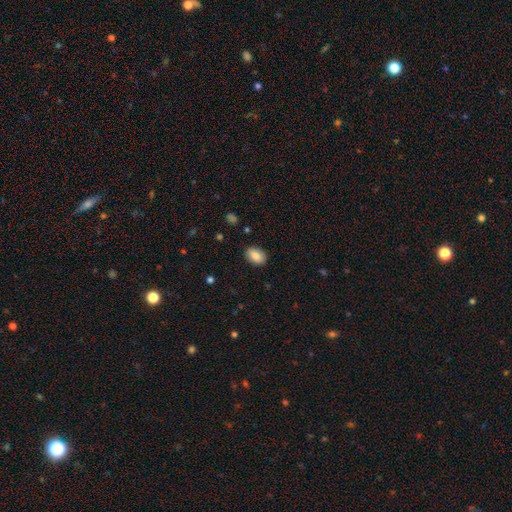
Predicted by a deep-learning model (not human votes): smooth 86%, star or artifact 7%, featured or disk 7%. Down the decision tree: how rounded — in between (88%); merging — none (87%).